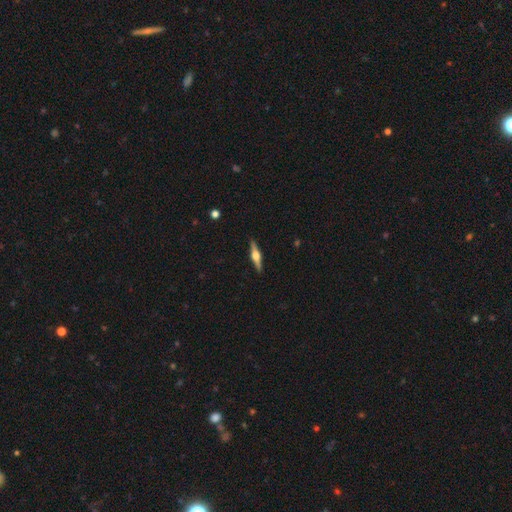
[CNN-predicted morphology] Smooth or featured?
  - featured or disk: 75% *
  - smooth: 19%
  - star or artifact: 6%
Edge-on disk?
  - yes: 98% *
  - no: 2%
Edge-on bulge?
  - rounded: 93% *
  - boxy: 5%
  - none: 2%
Merging?
  - none: 91% *
  - minor disturbance: 7%
  - major disturbance: 2%
  - merger: 1%